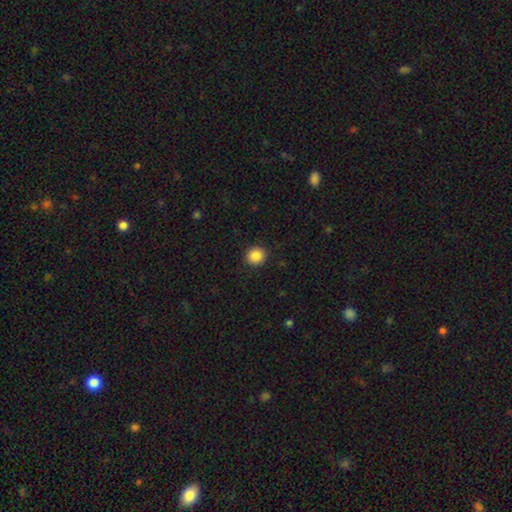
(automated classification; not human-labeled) A smooth galaxy with no disk features (87%) that is round (88%). Merging: none (92%).